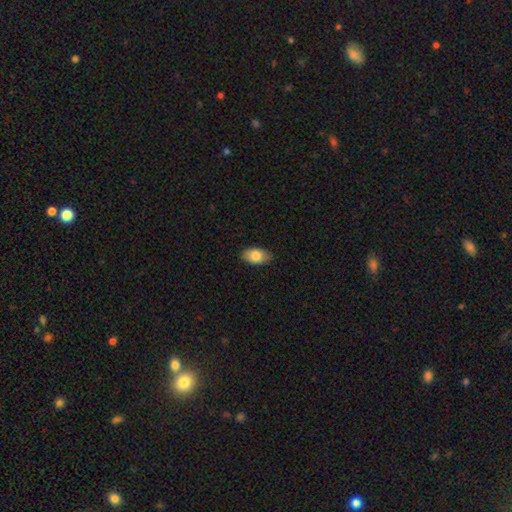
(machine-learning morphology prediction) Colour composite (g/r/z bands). It shows a smooth galaxy with no disk features (81%) that is in between round and cigar-shaped (93%). Merging: none (86%).